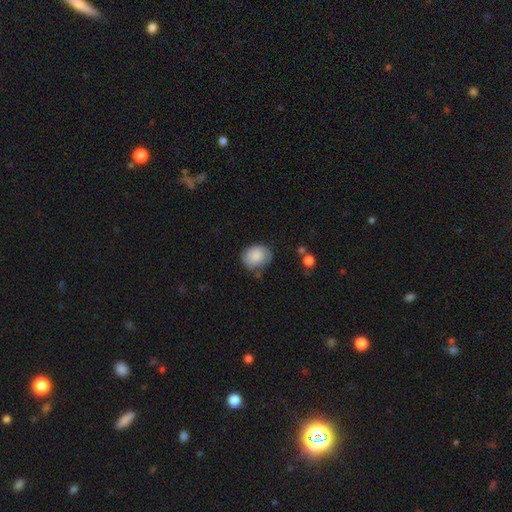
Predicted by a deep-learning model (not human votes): Smooth or featured? smooth (84%)
How rounded? in between (52%)
Merging? none (65%)